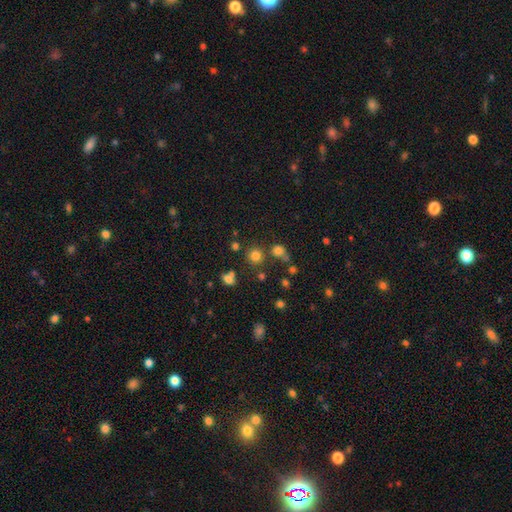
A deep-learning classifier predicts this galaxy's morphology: Smooth or featured?
  - smooth: 76% *
  - star or artifact: 18%
  - featured or disk: 6%
How rounded?
  - round: 90% *
  - in between: 9%
  - cigar-shaped: 1%
Merging?
  - none: 75% *
  - merger: 12%
  - minor disturbance: 9%
  - major disturbance: 4%